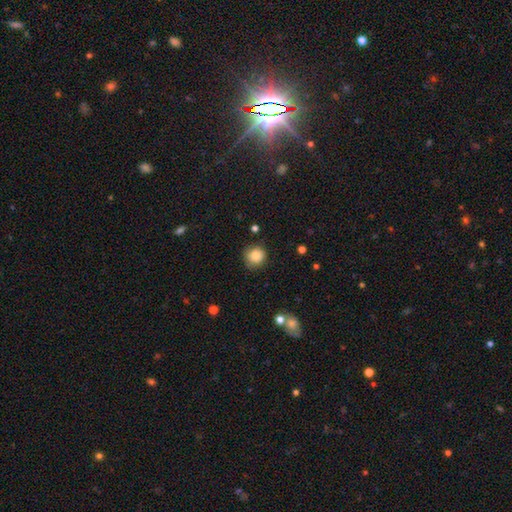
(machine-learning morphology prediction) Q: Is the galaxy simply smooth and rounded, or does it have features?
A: smooth — 82%.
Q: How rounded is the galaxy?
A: round — 89%.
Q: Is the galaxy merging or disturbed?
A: none — 76%.